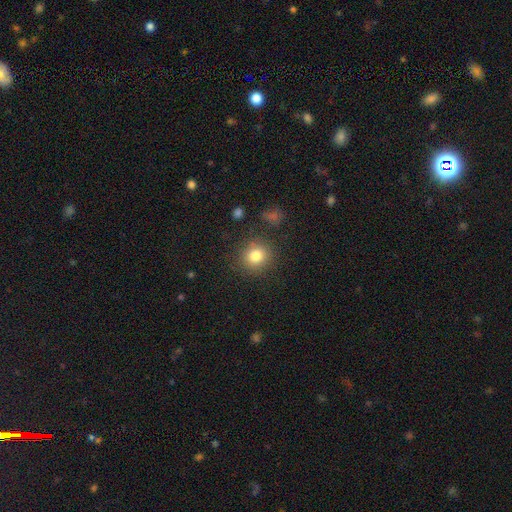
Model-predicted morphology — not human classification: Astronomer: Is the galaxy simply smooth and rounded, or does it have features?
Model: smooth — 81%.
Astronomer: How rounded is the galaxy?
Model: round — 86%.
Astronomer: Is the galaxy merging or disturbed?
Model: none — 85%.